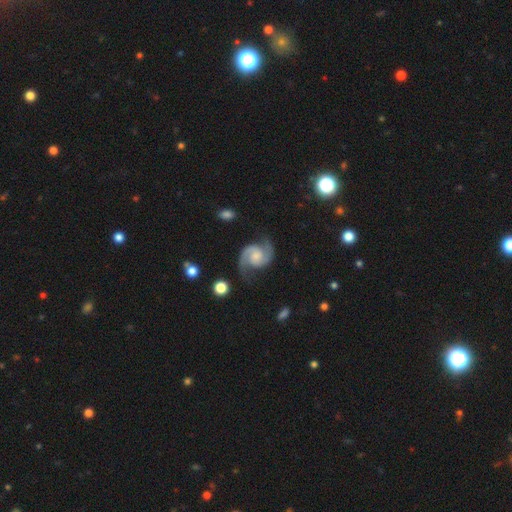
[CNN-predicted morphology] featured or disk 91%, smooth 5%, star or artifact 4%. Down the decision tree: edge-on disk — no (98%); bar — no (59%); spiral arms — yes (98%); spiral arm count — 2 (94%); spiral winding — medium (58%); bulge size — small (34%); merging — none (77%).